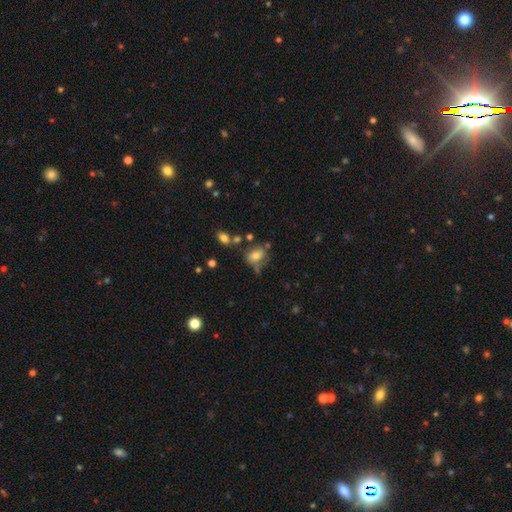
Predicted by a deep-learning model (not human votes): Smooth or featured? Predicted: smooth (p=0.74). How rounded? Predicted: in between (p=0.75). Merging? Predicted: none (p=0.53).